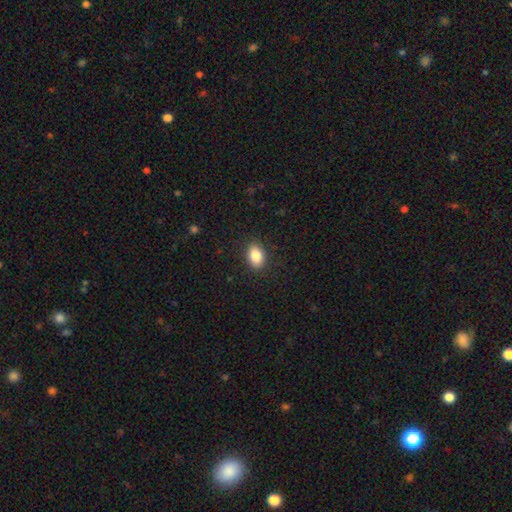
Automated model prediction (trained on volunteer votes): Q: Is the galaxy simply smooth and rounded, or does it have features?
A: smooth — 86%.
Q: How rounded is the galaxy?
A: in between — 82%.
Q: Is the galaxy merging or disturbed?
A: none — 87%.